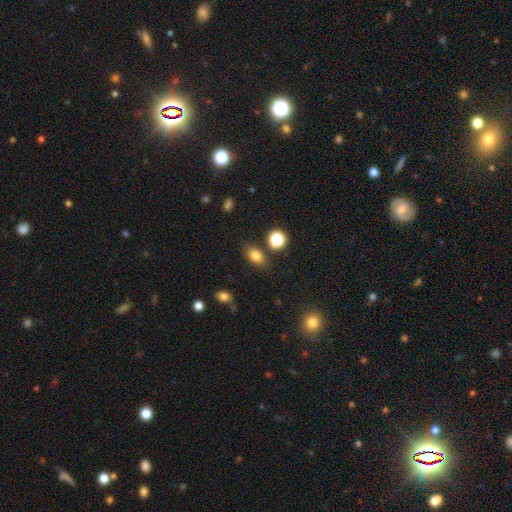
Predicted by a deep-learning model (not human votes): Overall: smooth (79%). How rounded: in between (79%). Merging: none (79%).